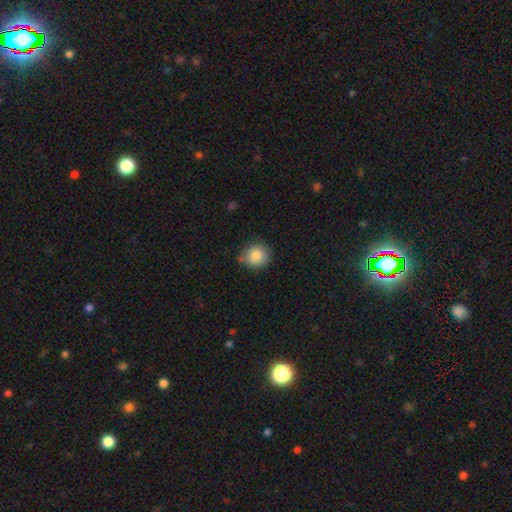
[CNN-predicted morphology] smooth-or-featured: smooth: 86% | star or artifact: 8% | featured or disk: 5%
  how-rounded: round: 87% | in between: 12% | cigar-shaped: 1%
  merging: none: 81% | minor disturbance: 14% | major disturbance: 3% | merger: 2%